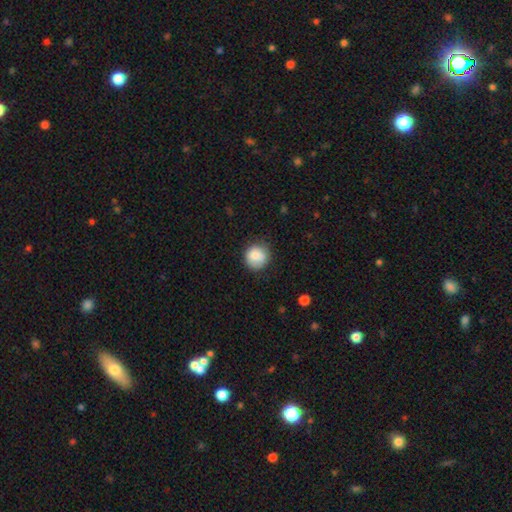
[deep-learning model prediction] smooth-or-featured: smooth: 85% | star or artifact: 8% | featured or disk: 7%
  how-rounded: round: 88% | in between: 11% | cigar-shaped: 1%
  merging: none: 76% | minor disturbance: 18% | major disturbance: 5% | merger: 1%